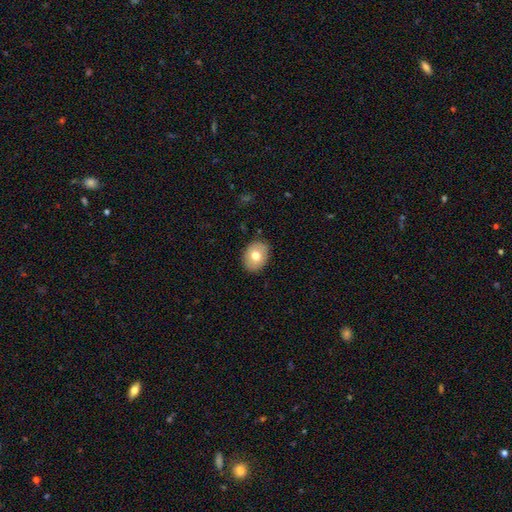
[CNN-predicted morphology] smooth-or-featured: smooth: 72% | featured or disk: 20% | star or artifact: 8%
  how-rounded: in between: 62% | round: 37% | cigar-shaped: 1%
  merging: none: 87% | minor disturbance: 10% | major disturbance: 2% | merger: 1%